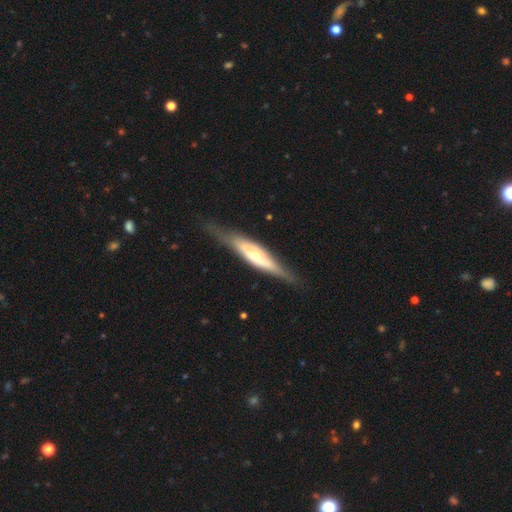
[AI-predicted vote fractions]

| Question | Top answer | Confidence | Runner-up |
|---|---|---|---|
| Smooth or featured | featured or disk | 64% | smooth (31%) |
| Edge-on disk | yes | 82% | no (18%) |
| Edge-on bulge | rounded | 65% | boxy (20%) |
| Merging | none | 70% | minor disturbance (21%) |